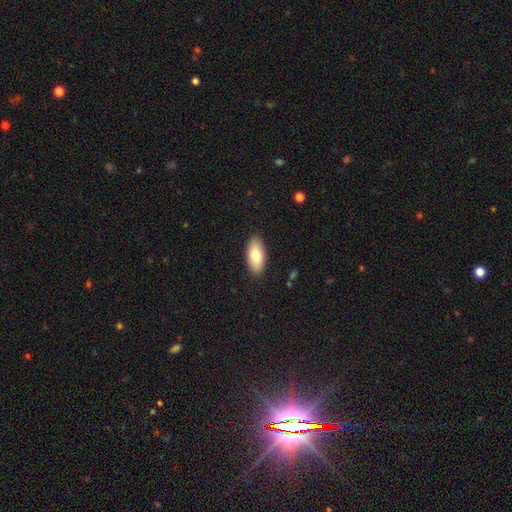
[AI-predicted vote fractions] This appears to be a smooth galaxy with no disk features (80%) that is in between round and cigar-shaped (90%). Merging: none (88%).